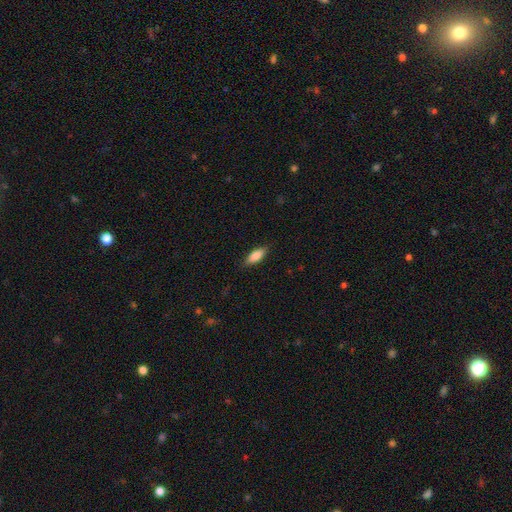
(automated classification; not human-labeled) smooth_or_featured: smooth (p=0.82) [alt: featured or disk p=0.12]
how_rounded: in between (p=0.70) [alt: cigar-shaped p=0.28]
merging: none (p=0.86) [alt: minor disturbance p=0.11]